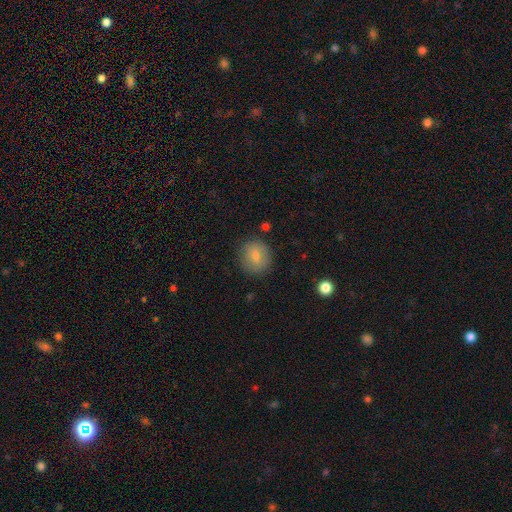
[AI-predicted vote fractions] The model was most divided on "smooth or featured": smooth: 78%, featured or disk: 13%, star or artifact: 9%. More confident: how rounded — round (85%); merging — none (84%).